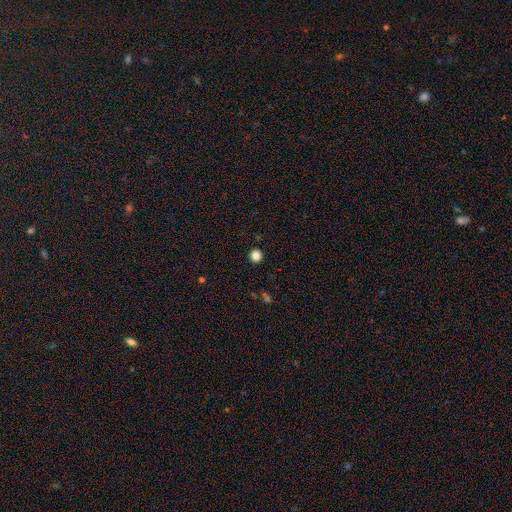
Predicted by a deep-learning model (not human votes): The model was most divided on "smooth or featured": smooth: 84%, star or artifact: 12%, featured or disk: 4%. More confident: how rounded — round (94%); merging — none (93%).